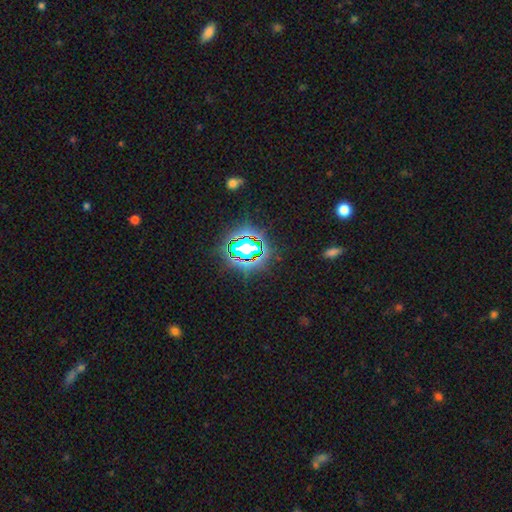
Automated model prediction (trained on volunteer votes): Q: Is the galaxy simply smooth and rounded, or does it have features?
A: star or artifact — 77%.